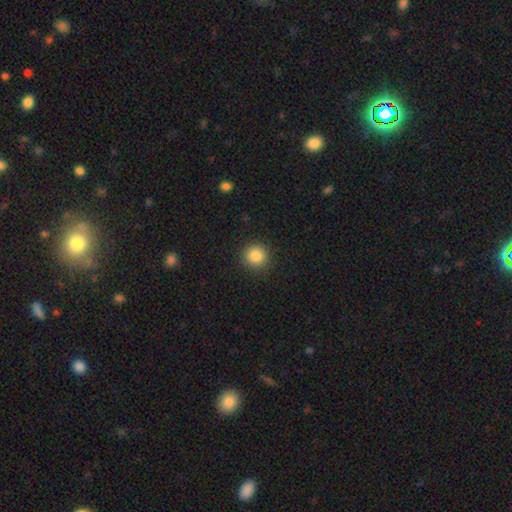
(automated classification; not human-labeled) Smooth or featured?
  - smooth: 85% *
  - star or artifact: 10%
  - featured or disk: 5%
How rounded?
  - round: 94% *
  - in between: 5%
  - cigar-shaped: 1%
Merging?
  - none: 91% *
  - minor disturbance: 6%
  - major disturbance: 2%
  - merger: 1%